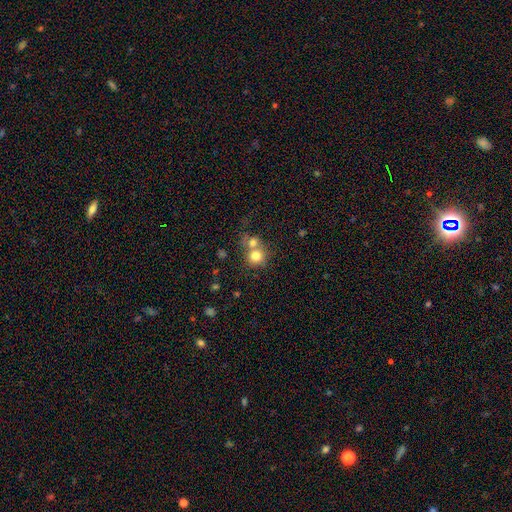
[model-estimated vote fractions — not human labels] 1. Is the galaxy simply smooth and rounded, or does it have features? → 77% smooth, 12% featured or disk, 11% star or artifact.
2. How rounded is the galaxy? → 87% round, 12% in between, 1% cigar-shaped.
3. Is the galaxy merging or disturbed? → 48% merger, 41% none, 7% minor disturbance, 4% major disturbance.